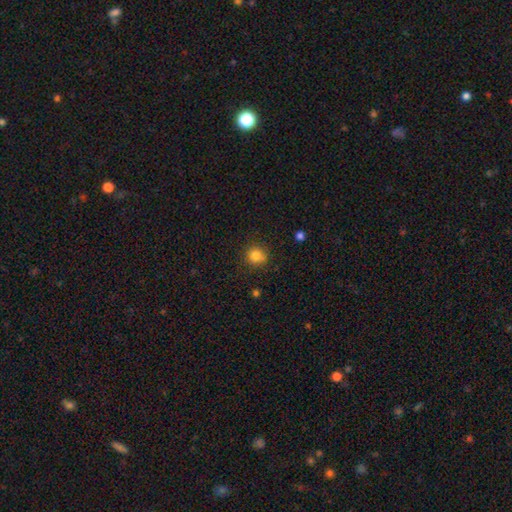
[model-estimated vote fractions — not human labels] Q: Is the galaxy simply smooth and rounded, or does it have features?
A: smooth — 82%.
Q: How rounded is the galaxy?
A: round — 90%.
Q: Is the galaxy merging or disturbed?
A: none — 84%.